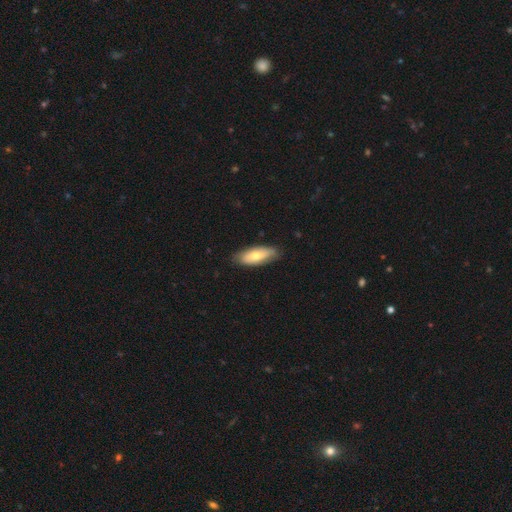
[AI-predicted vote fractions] smooth_or_featured: smooth (p=0.65) [alt: featured or disk p=0.29]
how_rounded: in between (p=0.75) [alt: cigar-shaped p=0.23]
merging: none (p=0.81) [alt: minor disturbance p=0.15]